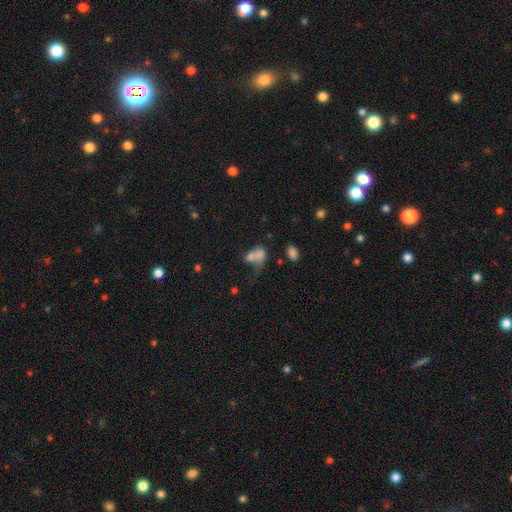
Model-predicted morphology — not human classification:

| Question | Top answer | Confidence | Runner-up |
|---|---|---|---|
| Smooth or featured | smooth | 67% | featured or disk (22%) |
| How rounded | in between | 73% | round (25%) |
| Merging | merger | 50% | major disturbance (23%) |